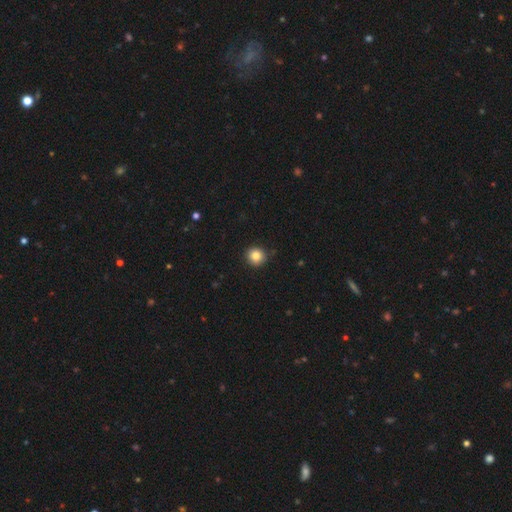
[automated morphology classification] Smooth or featured?
  - smooth: 85% *
  - star or artifact: 10%
  - featured or disk: 5%
How rounded?
  - round: 92% *
  - in between: 7%
  - cigar-shaped: 1%
Merging?
  - none: 90% *
  - minor disturbance: 7%
  - major disturbance: 2%
  - merger: 1%